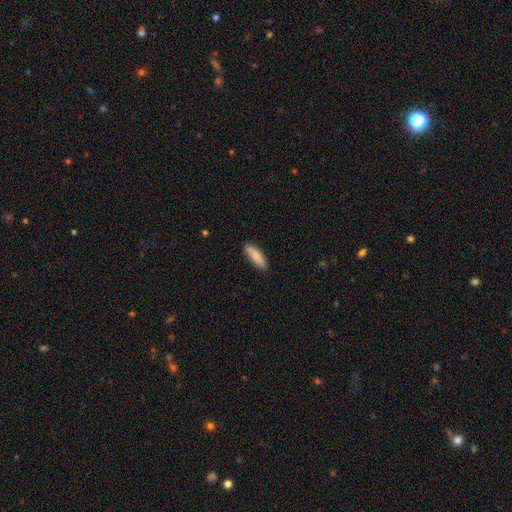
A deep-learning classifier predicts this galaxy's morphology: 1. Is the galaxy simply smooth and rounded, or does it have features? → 81% smooth, 13% featured or disk, 6% star or artifact.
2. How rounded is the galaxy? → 50% in between, 48% cigar-shaped, 2% round.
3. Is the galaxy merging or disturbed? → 82% none, 14% minor disturbance, 2% major disturbance, 2% merger.